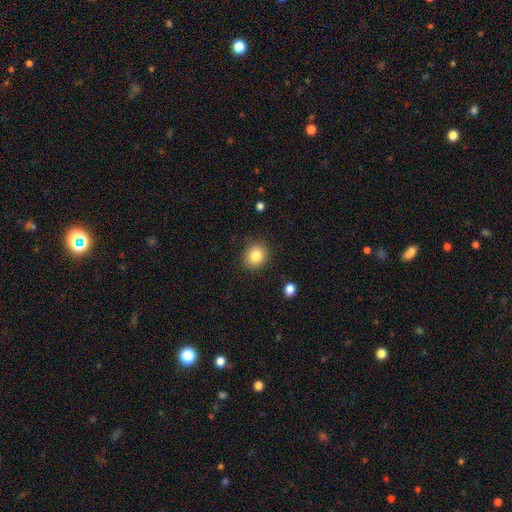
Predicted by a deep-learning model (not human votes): Morphology: type=smooth (84%); roundness=round (76%); merging=none (87%).